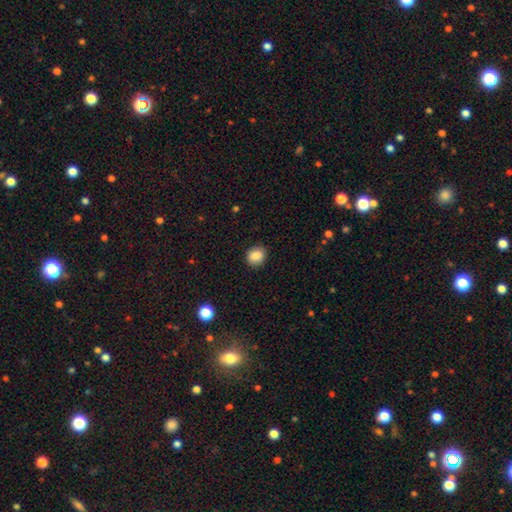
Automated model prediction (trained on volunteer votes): A smooth galaxy with no disk features (87%) that is round (72%). Merging: none (89%).